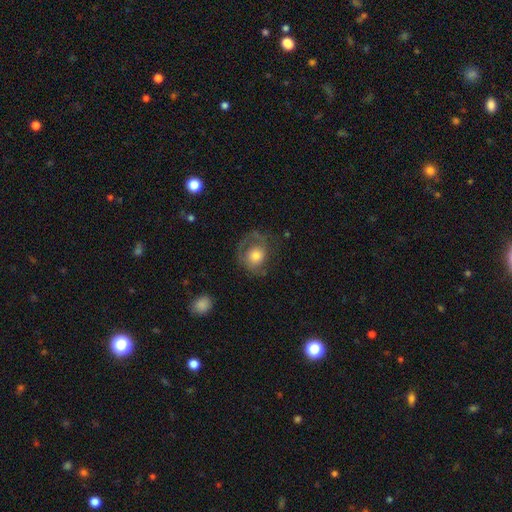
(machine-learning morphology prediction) Smooth or featured? Predicted: smooth (p=0.53). How rounded? Predicted: round (p=0.75). Merging? Predicted: none (p=0.49).